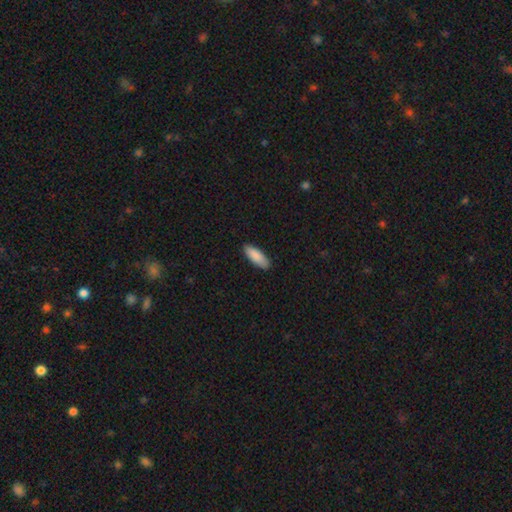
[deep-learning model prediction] Q: Smooth or featured?
A: smooth (89%); runner-up: featured or disk (6%)
Q: How rounded?
A: in between (65%); runner-up: cigar-shaped (34%)
Q: Merging?
A: none (88%); runner-up: minor disturbance (9%)